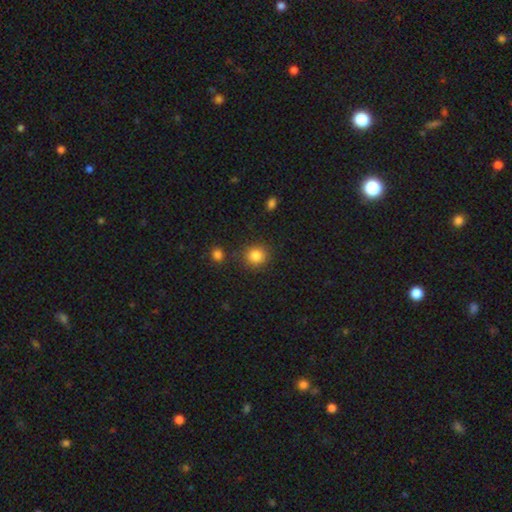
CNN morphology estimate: smooth_or_featured: smooth (p=0.85) [alt: star or artifact p=0.11]
how_rounded: round (p=0.85) [alt: in between p=0.14]
merging: none (p=0.84) [alt: minor disturbance p=0.09]